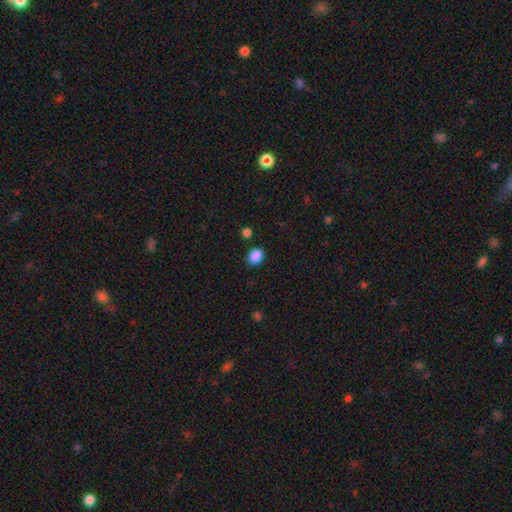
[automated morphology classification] A smooth galaxy with no disk features (88%) that is in between round and cigar-shaped (53%).

Vote fractions:
- Smooth or featured? smooth: 88% / star or artifact: 10% / featured or disk: 3%
- How rounded? in between: 53% / round: 46% / cigar-shaped: 1%
- Merging? none: 82% / minor disturbance: 11% / merger: 3% / major disturbance: 3%